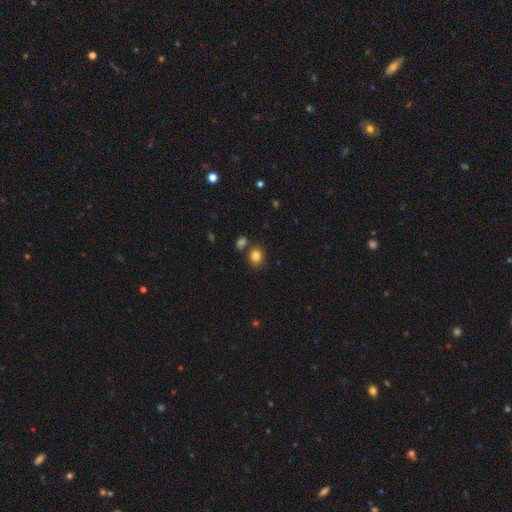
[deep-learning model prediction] Overall: smooth (84%). How rounded: round (63%; in between 36%). Merging: none (75%).